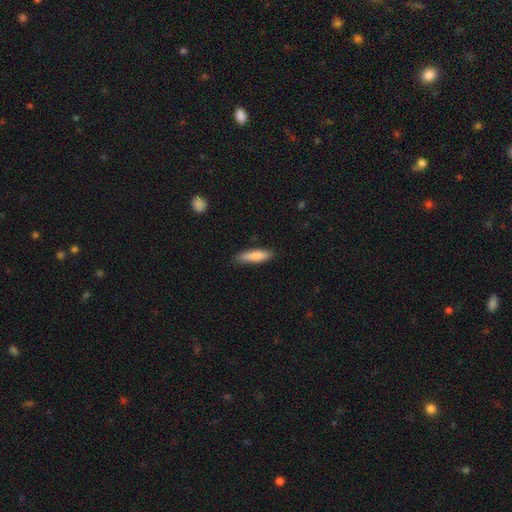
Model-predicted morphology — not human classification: smooth_or_featured: smooth (p=0.83) [alt: featured or disk p=0.11]
how_rounded: cigar-shaped (p=0.69) [alt: in between p=0.29]
merging: none (p=0.85) [alt: minor disturbance p=0.12]